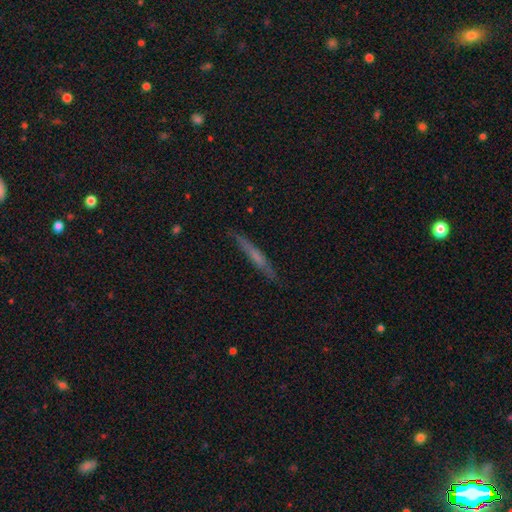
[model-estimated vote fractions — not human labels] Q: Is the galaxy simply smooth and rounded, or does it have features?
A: featured or disk — 49%.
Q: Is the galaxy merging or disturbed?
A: none — 86%.